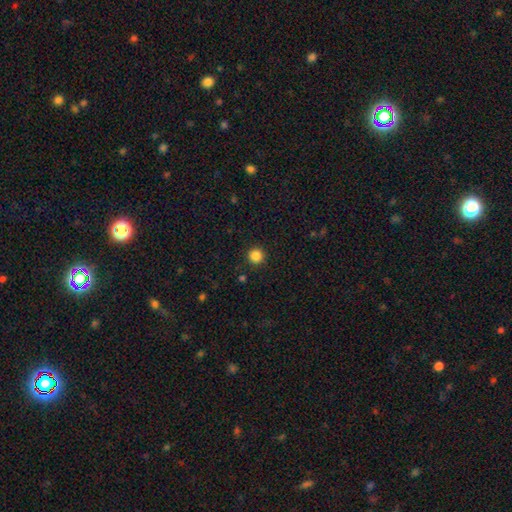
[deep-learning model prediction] A smooth galaxy with no disk features (86%) that is round (96%). Merging: none (93%).